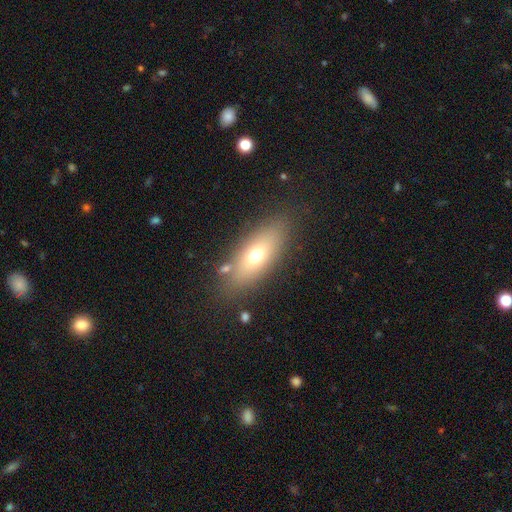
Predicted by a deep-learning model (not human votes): A smooth galaxy with no disk features (65%) that is in between round and cigar-shaped (73%). Merging: none (79%).